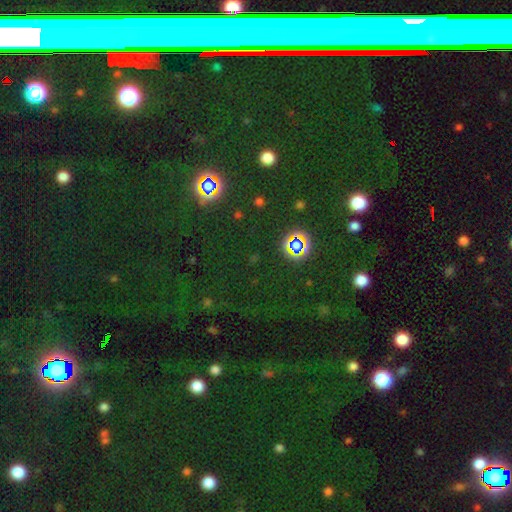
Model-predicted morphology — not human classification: A star or artifact, not a galaxy (71%).

Vote fractions:
- Smooth or featured? star or artifact: 71% / smooth: 21% / featured or disk: 7%